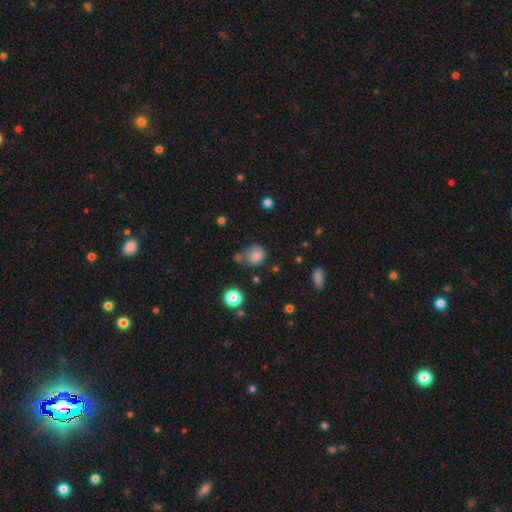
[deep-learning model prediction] This is clearly a smooth galaxy (80%). How rounded: likely round (64%). Merging: possibly none (51%).